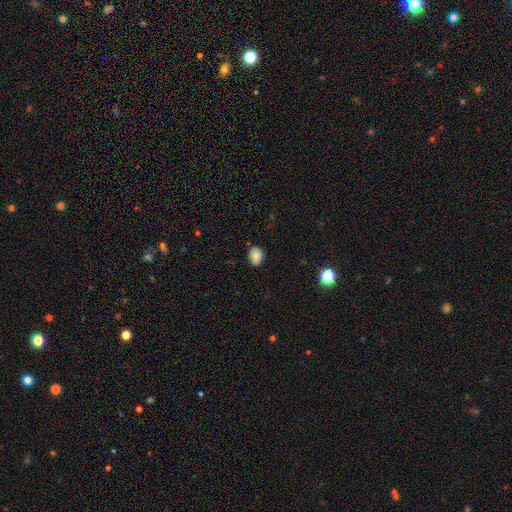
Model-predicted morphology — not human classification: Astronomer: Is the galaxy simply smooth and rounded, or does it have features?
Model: smooth — 82%.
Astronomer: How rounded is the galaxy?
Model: in between — 64%.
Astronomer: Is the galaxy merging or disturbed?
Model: none — 79%.